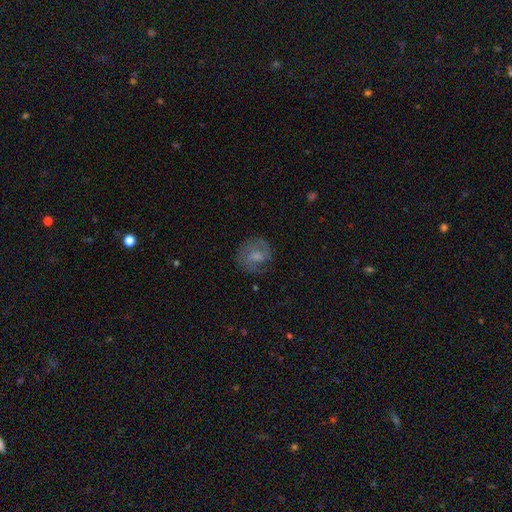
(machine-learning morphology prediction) A featured or disk galaxy (53%) with no bar (56%), spiral arms (82%) and a moderate central bulge (36%). Merging: none (68%).